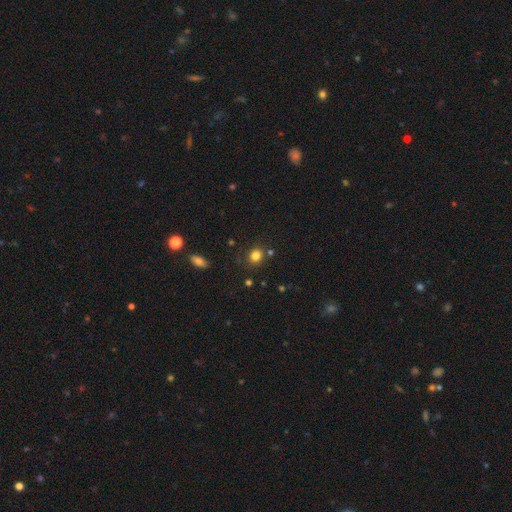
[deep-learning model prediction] Q: Smooth or featured?
A: smooth (81%); runner-up: star or artifact (13%)
Q: How rounded?
A: round (73%); runner-up: in between (26%)
Q: Merging?
A: none (81%); runner-up: minor disturbance (10%)